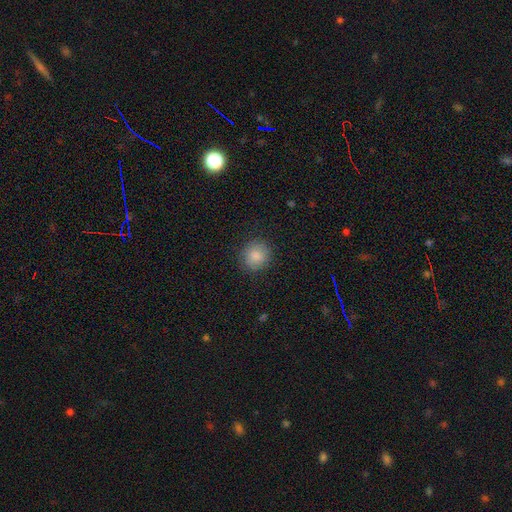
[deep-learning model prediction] A smooth galaxy with no disk features (86%) that is round (87%). Merging: none (85%).